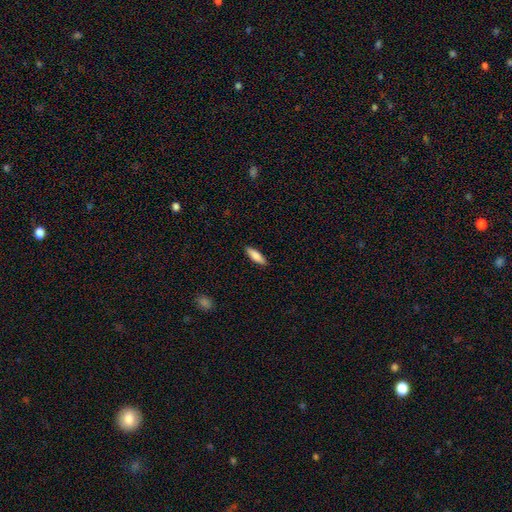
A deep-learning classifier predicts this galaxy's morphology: Smooth or featured? Predicted: smooth (p=0.82). How rounded? Predicted: cigar-shaped (p=0.50). Merging? Predicted: none (p=0.89).